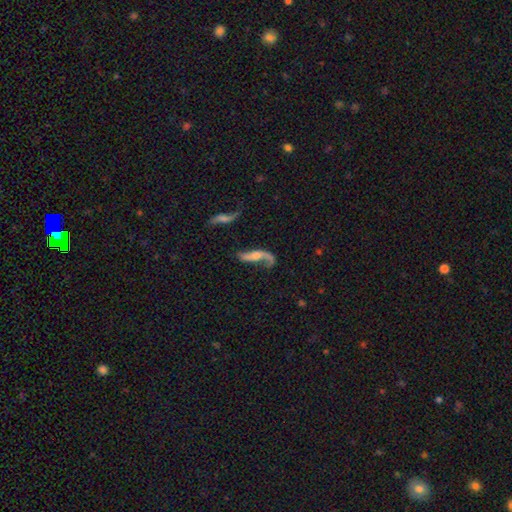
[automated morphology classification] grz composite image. It shows a featured or disk galaxy (71%) with no bar (60%), 2 (63%) loose (85%) spiral arms (86%) and a moderate central bulge (35%). Merging: none (40%).